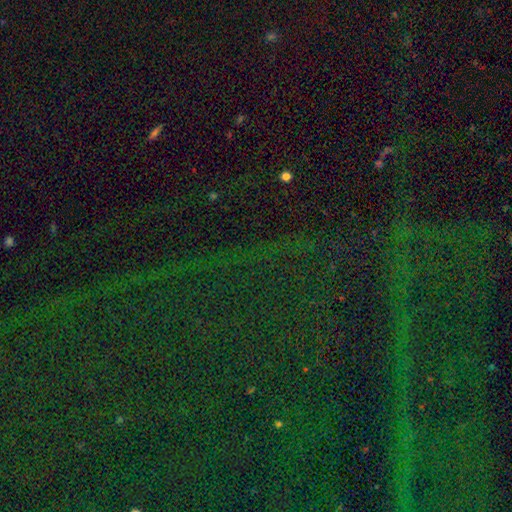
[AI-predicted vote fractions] Q: Smooth or featured?
A: star or artifact (82%); runner-up: smooth (9%)